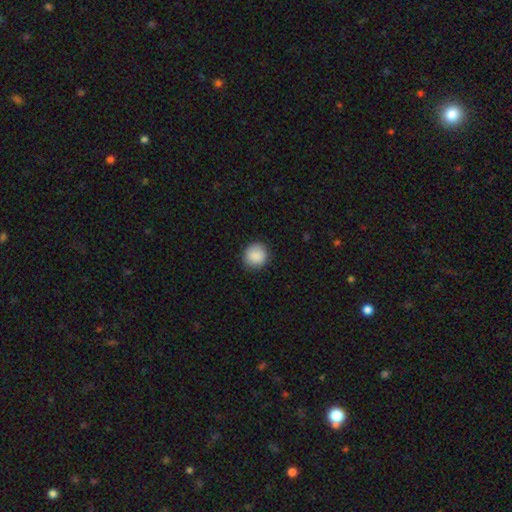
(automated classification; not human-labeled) Smooth or featured? smooth (89%)
How rounded? round (92%)
Merging? none (89%)